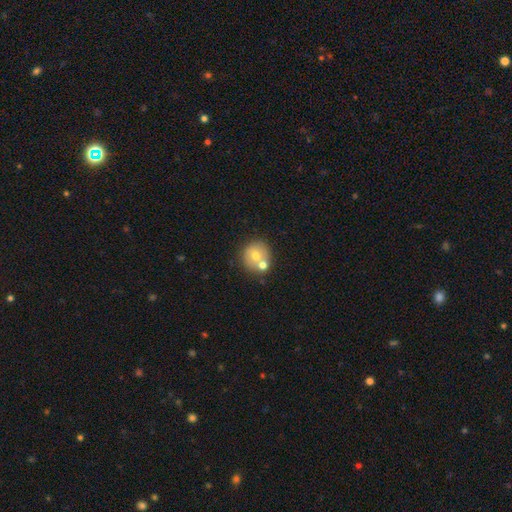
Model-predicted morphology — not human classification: Smooth or featured? smooth (65%)
How rounded? round (88%)
Merging? none (53%)